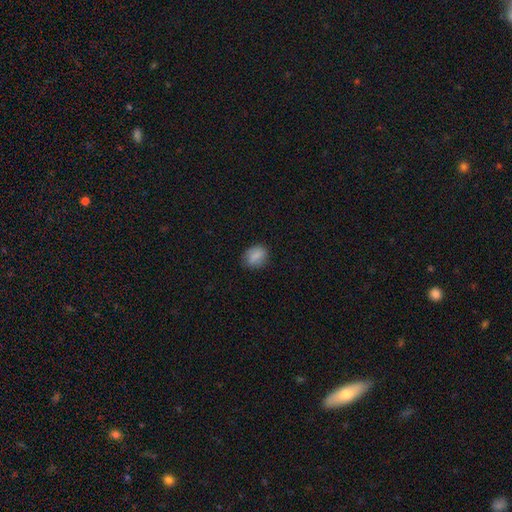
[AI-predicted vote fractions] This is clearly a smooth galaxy (84%). How rounded: likely in between (60%). Merging: likely none (79%).